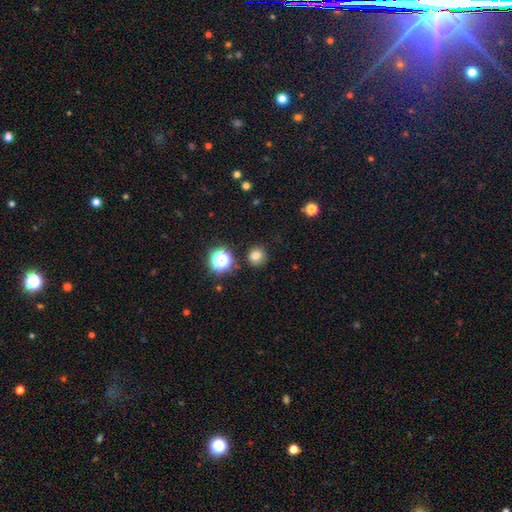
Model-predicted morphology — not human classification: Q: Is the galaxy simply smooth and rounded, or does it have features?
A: smooth — 77%.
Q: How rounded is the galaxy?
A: round — 88%.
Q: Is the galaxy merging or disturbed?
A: none — 85%.